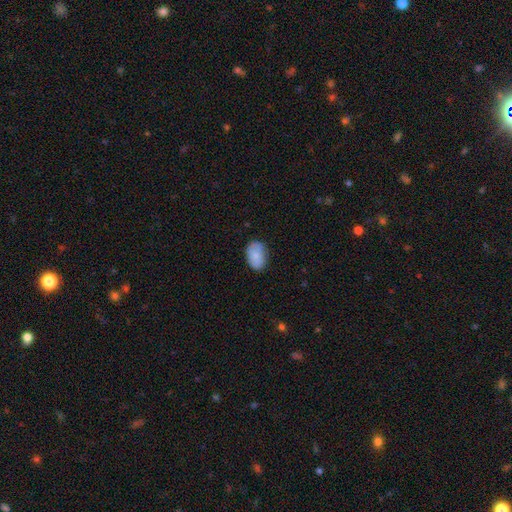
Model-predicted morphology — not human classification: Overall: smooth (80%). How rounded: in between (86%). Merging: none (79%).